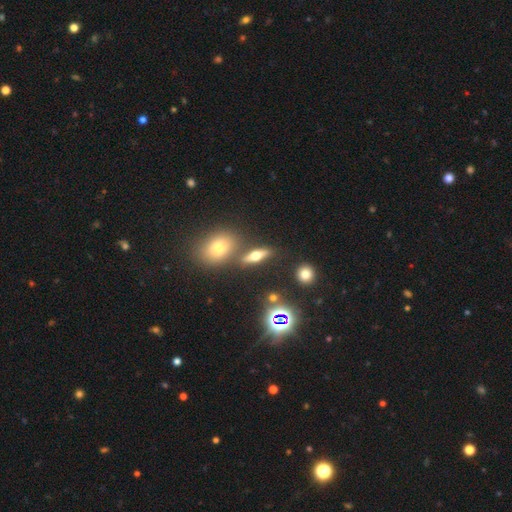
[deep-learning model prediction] Smooth or featured? smooth (45%)
Merging? none (74%)